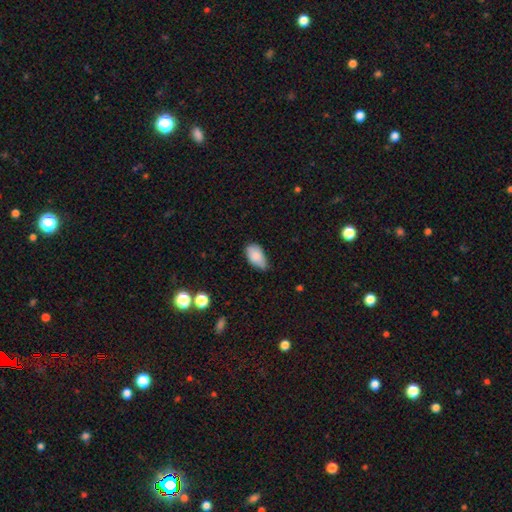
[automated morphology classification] This is clearly a smooth galaxy (86%). How rounded: clearly in between (93%). Merging: possibly none (59%).